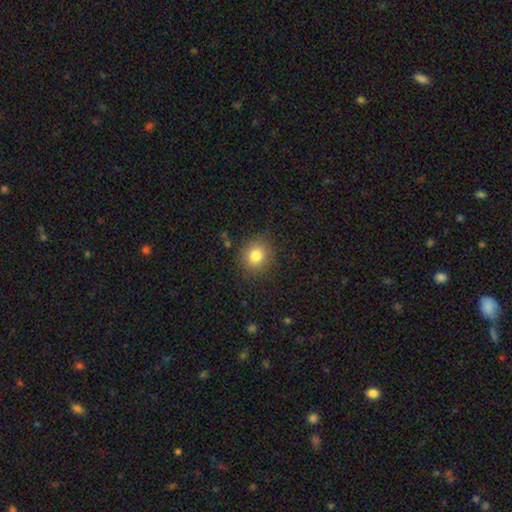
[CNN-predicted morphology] smooth 81%, star or artifact 11%, featured or disk 8%. Down the decision tree: how rounded — round (80%); merging — none (86%).